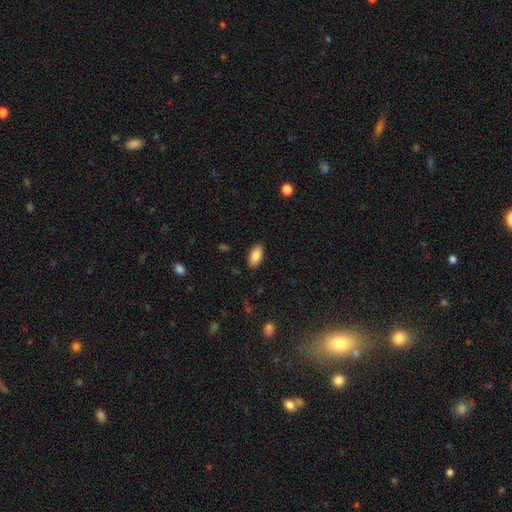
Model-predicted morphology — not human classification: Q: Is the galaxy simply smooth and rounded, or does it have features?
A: smooth — 86%.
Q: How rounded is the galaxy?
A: in between — 92%.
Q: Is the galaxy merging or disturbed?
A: none — 88%.